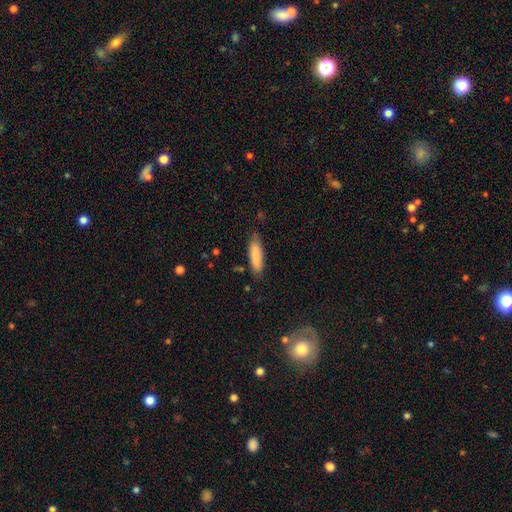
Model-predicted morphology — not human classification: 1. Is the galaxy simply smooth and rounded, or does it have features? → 86% smooth, 8% featured or disk, 6% star or artifact.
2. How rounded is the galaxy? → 66% cigar-shaped, 32% in between, 1% round.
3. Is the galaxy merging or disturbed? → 79% none, 17% minor disturbance, 3% major disturbance, 2% merger.